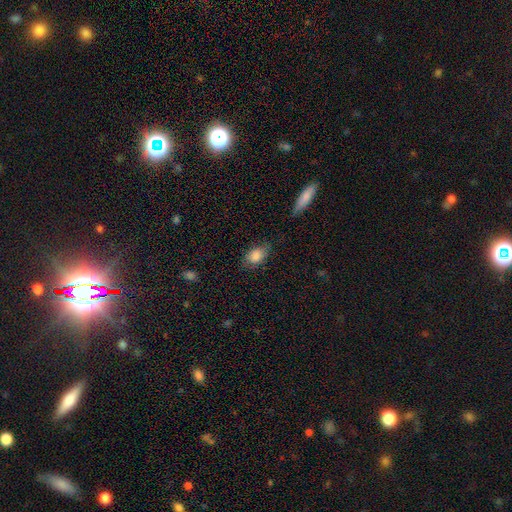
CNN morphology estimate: type=smooth (82%); roundness=in between (86%); merging=none (68%).